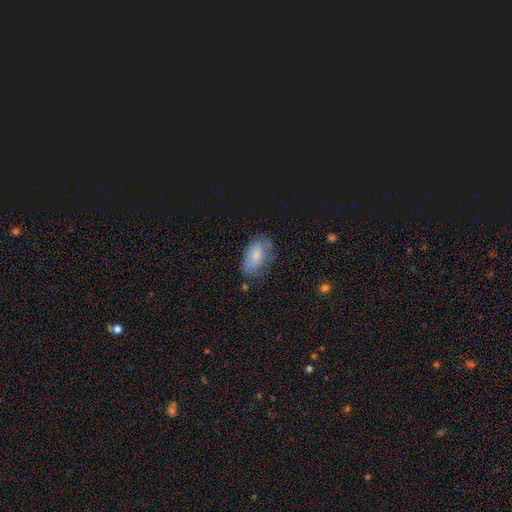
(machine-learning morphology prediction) smooth-or-featured: smooth: 64% | featured or disk: 28% | star or artifact: 8%
  how-rounded: in between: 91% | round: 7% | cigar-shaped: 2%
  merging: none: 60% | minor disturbance: 28% | major disturbance: 9% | merger: 2%